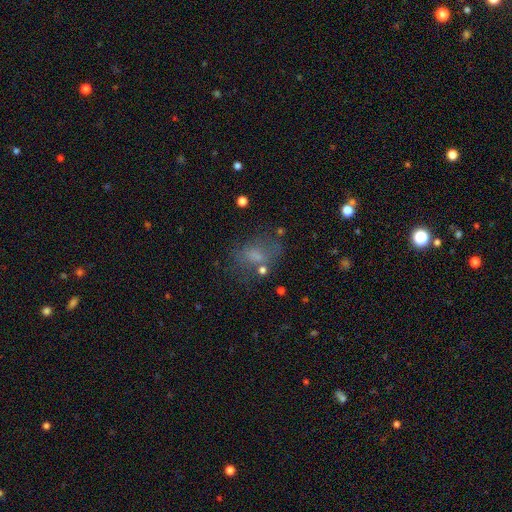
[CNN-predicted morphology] smooth-or-featured: smooth: 54% | featured or disk: 24% | star or artifact: 22%
  how-rounded: in between: 71% | round: 26% | cigar-shaped: 3%
  merging: none: 53% | minor disturbance: 21% | major disturbance: 18% | merger: 8%